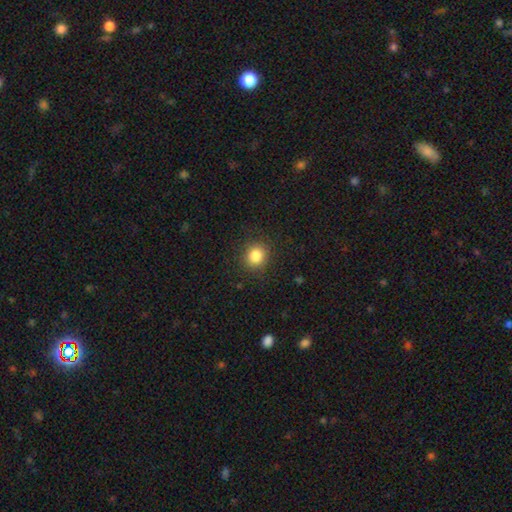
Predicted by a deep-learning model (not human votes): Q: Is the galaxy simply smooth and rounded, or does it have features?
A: smooth — 84%.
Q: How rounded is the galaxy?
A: round — 85%.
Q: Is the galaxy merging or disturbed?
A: none — 89%.